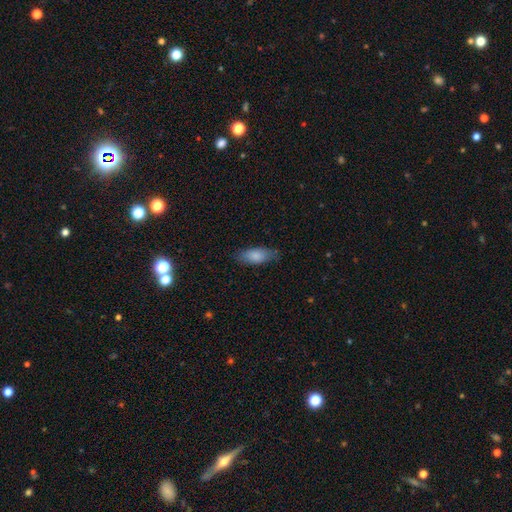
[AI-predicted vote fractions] This is clearly a smooth galaxy (84%). How rounded: clearly in between (80%). Merging: likely none (77%).